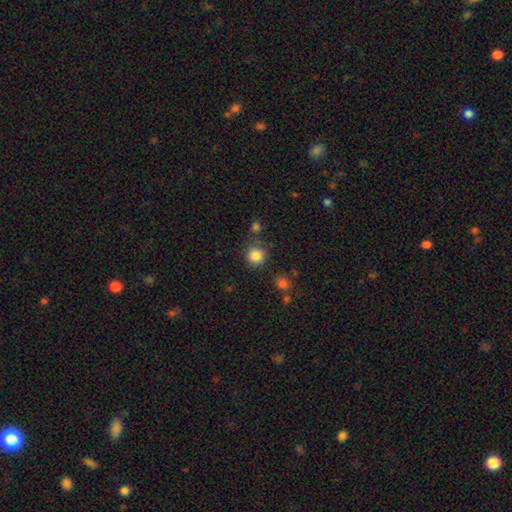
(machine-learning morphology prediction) A smooth galaxy with no disk features (85%) that is round (92%).

Vote fractions:
- Smooth or featured? smooth: 85% / star or artifact: 11% / featured or disk: 4%
- How rounded? round: 92% / in between: 7% / cigar-shaped: 1%
- Merging? none: 80% / minor disturbance: 11% / merger: 6% / major disturbance: 4%